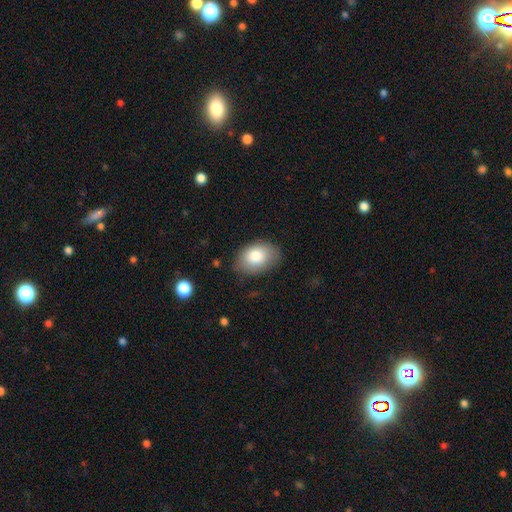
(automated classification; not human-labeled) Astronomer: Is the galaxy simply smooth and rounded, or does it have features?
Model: smooth — 81%.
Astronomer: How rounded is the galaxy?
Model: in between — 85%.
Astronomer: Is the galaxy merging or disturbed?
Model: none — 75%.